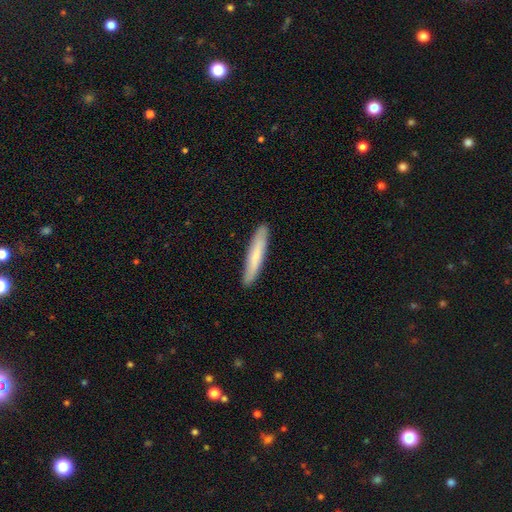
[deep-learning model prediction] This appears to be a smooth galaxy with no disk features (71%) that is cigar-shaped (91%). Merging: none (91%).